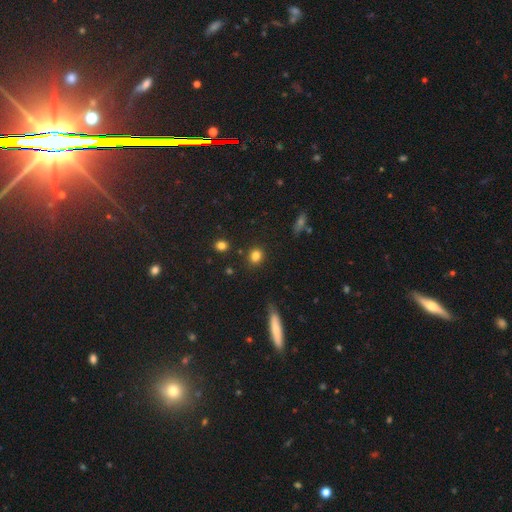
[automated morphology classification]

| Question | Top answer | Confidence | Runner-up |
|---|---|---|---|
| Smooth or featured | smooth | 82% | star or artifact (12%) |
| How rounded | round | 73% | in between (26%) |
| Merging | none | 84% | minor disturbance (9%) |